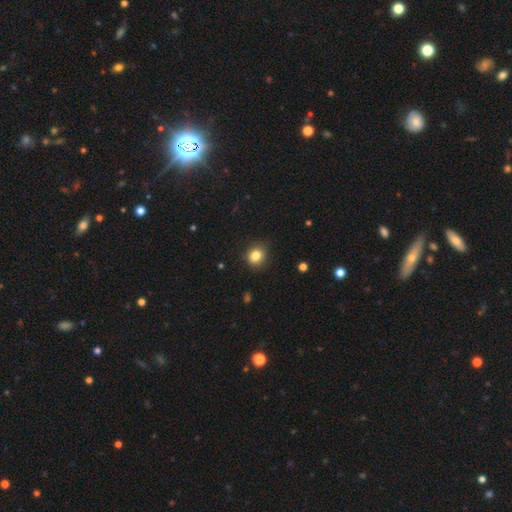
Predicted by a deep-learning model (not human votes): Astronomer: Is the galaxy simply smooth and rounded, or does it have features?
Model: smooth — 82%.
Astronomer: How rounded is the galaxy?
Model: round — 73%.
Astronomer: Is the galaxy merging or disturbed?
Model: none — 82%.